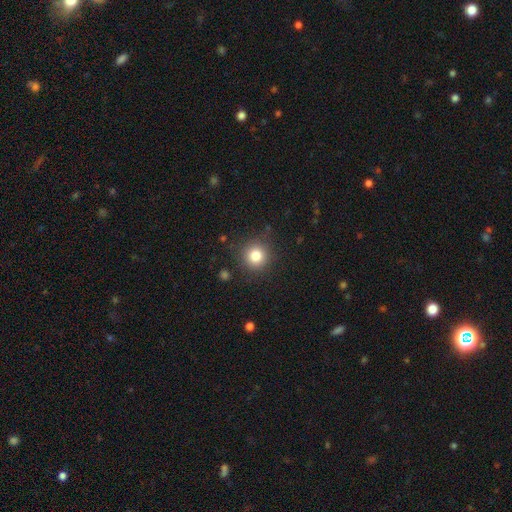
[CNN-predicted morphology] Smooth or featured? smooth (82%)
How rounded? round (93%)
Merging? none (86%)